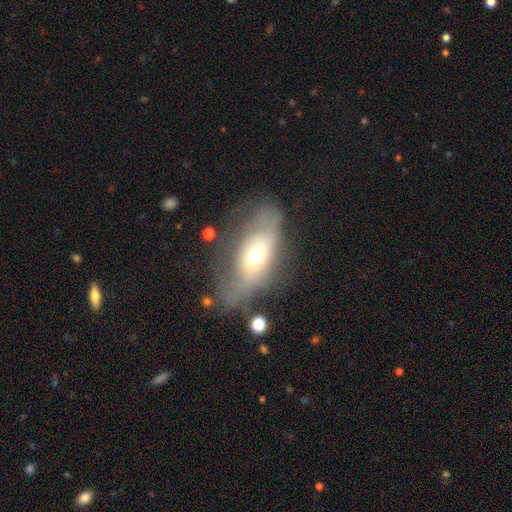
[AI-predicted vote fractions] The model was most divided on "smooth or featured" (2-way tie): featured or disk: 45%, smooth: 45%, star or artifact: 9%. Remaining: merging — major disturbance (35%).